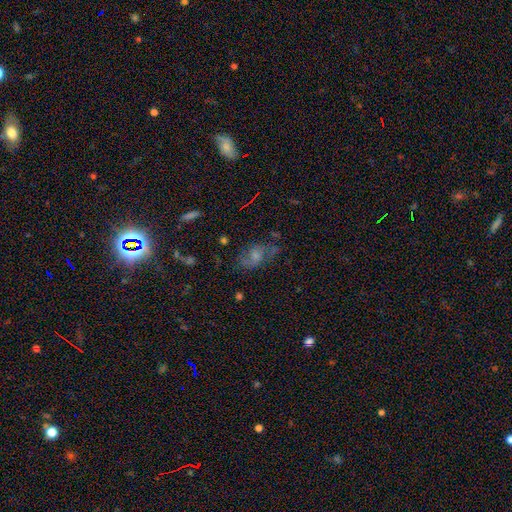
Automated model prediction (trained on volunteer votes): The model was most divided on "smooth or featured": featured or disk: 44%, smooth: 36%, star or artifact: 20%. More confident: merging — none (57%).